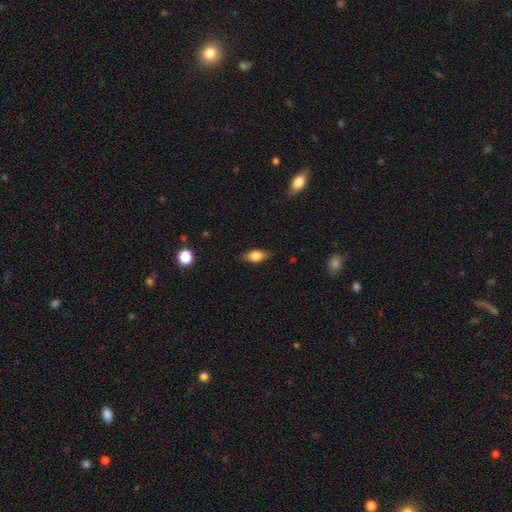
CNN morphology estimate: This is likely a smooth galaxy (78%). How rounded: clearly in between (83%). Merging: clearly none (81%).